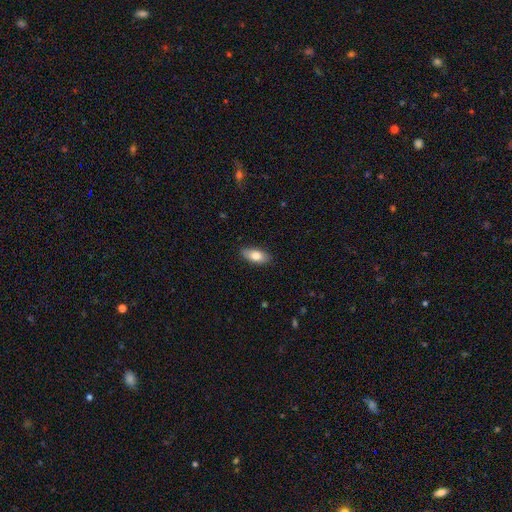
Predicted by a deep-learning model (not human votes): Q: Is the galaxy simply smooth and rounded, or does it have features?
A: smooth — 79%.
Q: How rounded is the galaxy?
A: in between — 86%.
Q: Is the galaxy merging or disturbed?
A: none — 86%.